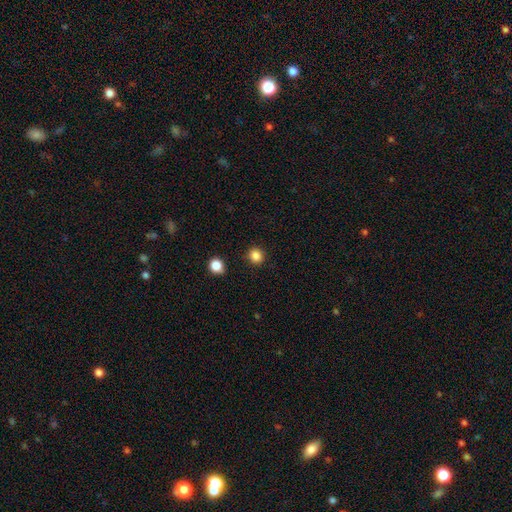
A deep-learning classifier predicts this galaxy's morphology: Overall: smooth (85%). How rounded: round (91%). Merging: none (91%).